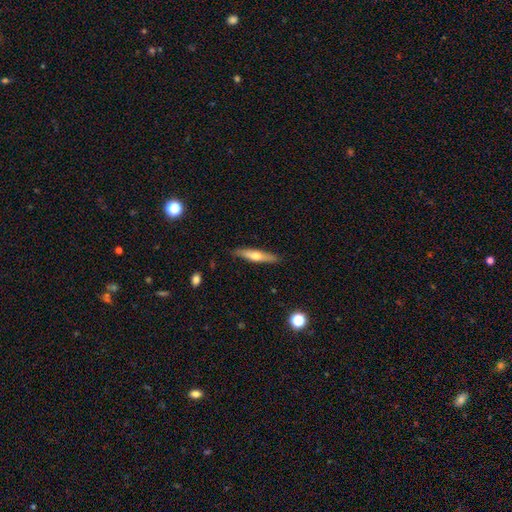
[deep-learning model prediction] smooth 49%, featured or disk 45%, star or artifact 6%. Down the decision tree: merging — none (87%).